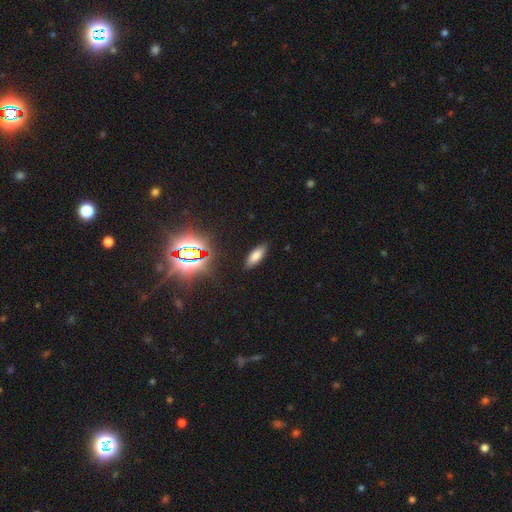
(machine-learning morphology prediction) The model was most divided on "how rounded": in between: 71%, cigar-shaped: 26%, round: 3%. More confident: merging — none (88%); smooth or featured — smooth (72%).